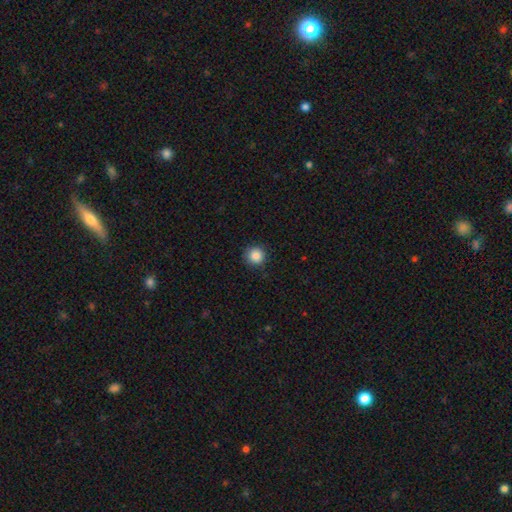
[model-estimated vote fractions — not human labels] A smooth galaxy with no disk features (86%) that is round (95%). Merging: none (89%).